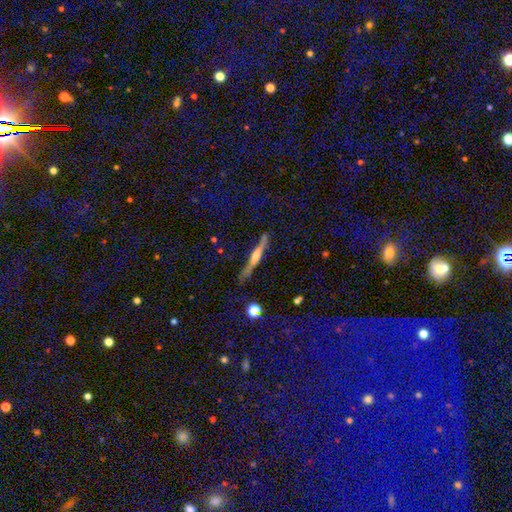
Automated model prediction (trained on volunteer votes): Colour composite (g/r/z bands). It shows a featured or disk galaxy (69%) viewed edge-on (96%) with a rounded central bulge (69%). Merging: none (78%).